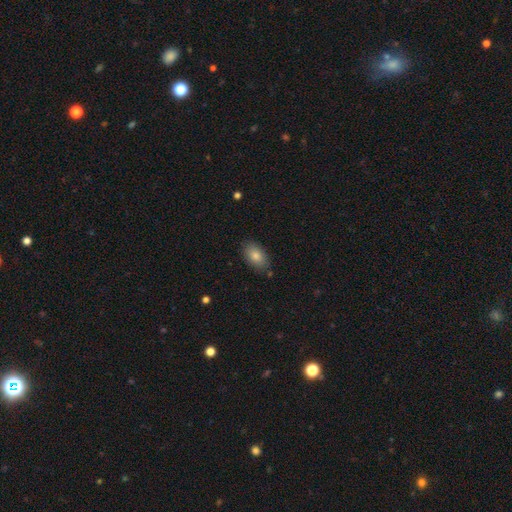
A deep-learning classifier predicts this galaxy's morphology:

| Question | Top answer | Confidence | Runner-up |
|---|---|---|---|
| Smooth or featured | smooth | 83% | featured or disk (9%) |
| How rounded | in between | 92% | round (6%) |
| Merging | none | 83% | minor disturbance (12%) |